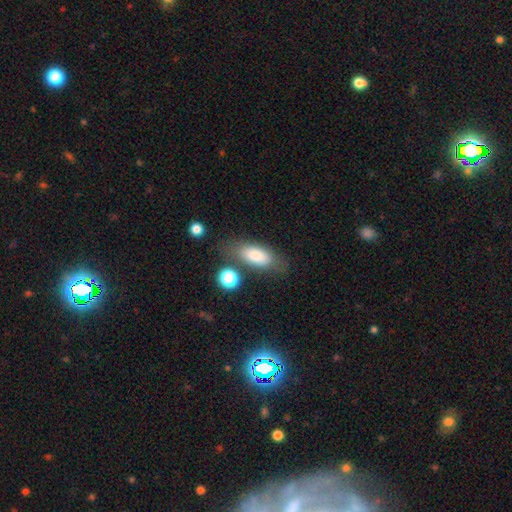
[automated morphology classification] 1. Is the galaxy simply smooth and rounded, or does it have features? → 81% smooth, 11% featured or disk, 8% star or artifact.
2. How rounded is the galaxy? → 82% in between, 14% cigar-shaped, 4% round.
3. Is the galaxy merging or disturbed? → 67% none, 17% minor disturbance, 9% merger, 7% major disturbance.